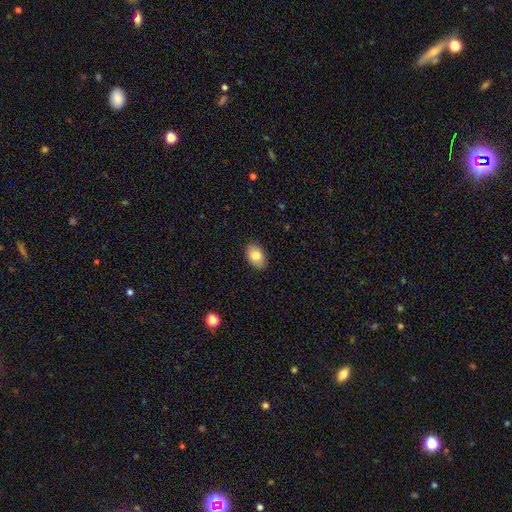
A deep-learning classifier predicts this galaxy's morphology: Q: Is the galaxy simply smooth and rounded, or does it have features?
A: smooth — 86%.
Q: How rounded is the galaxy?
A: in between — 90%.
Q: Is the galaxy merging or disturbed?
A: none — 88%.